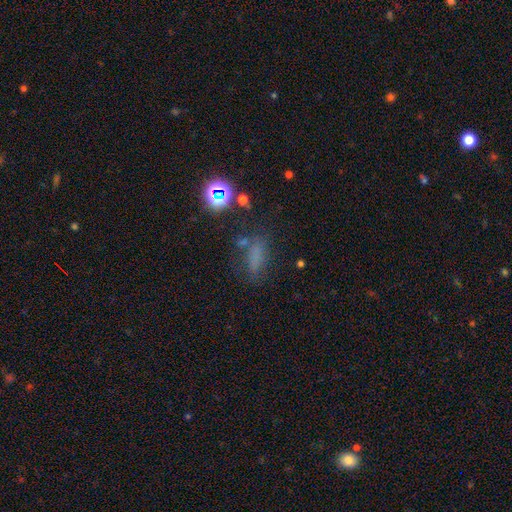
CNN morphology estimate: smooth-or-featured: smooth: 58% | star or artifact: 28% | featured or disk: 15%
  how-rounded: in between: 51% | cigar-shaped: 38% | round: 11%
  merging: none: 60% | minor disturbance: 20% | major disturbance: 12% | merger: 8%